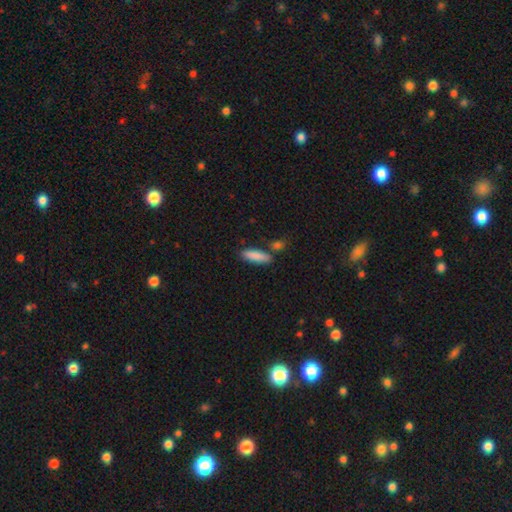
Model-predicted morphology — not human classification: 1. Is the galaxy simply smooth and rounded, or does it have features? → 87% smooth, 7% featured or disk, 6% star or artifact.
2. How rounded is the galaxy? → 55% cigar-shaped, 43% in between, 2% round.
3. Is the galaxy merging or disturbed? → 74% none, 12% minor disturbance, 11% merger, 3% major disturbance.